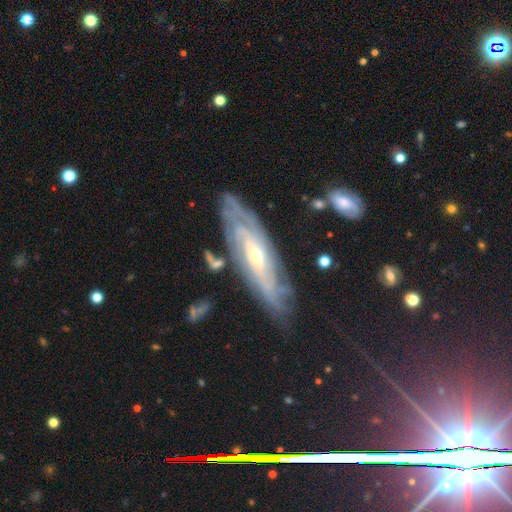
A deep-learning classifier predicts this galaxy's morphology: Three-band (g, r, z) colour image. It shows a featured or disk galaxy (84%) with no bar (57%), tight (75%) spiral arms (91%) and a small central bulge (54%). Merging: none (76%).